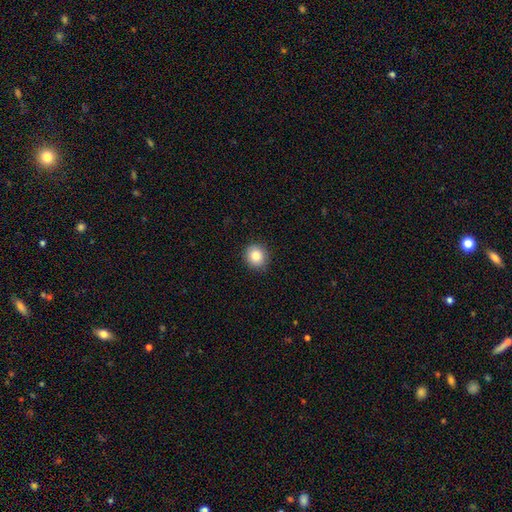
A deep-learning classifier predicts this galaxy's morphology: This appears to be a smooth galaxy with no disk features (85%) that is round (87%). Merging: none (90%).